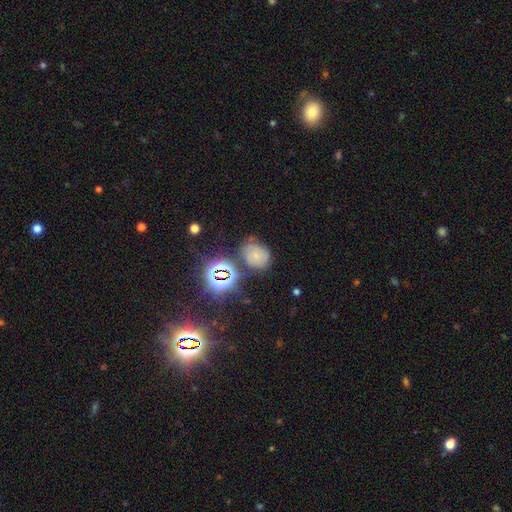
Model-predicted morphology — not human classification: smooth 39%, featured or disk 35%, star or artifact 26%. Down the decision tree: merging — none (63%).